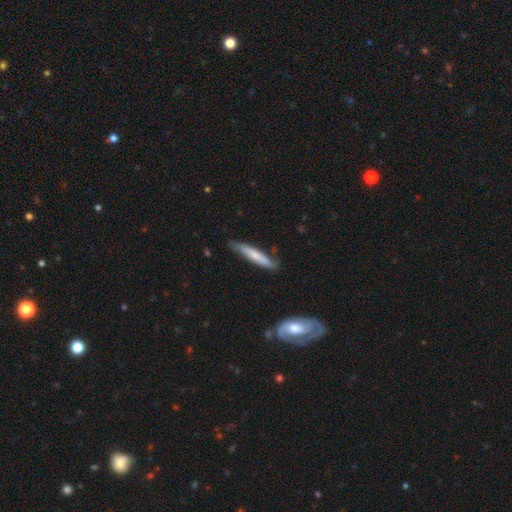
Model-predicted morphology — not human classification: Overall: smooth (63%; featured or disk 32%). How rounded: cigar-shaped (91%). Merging: none (75%).